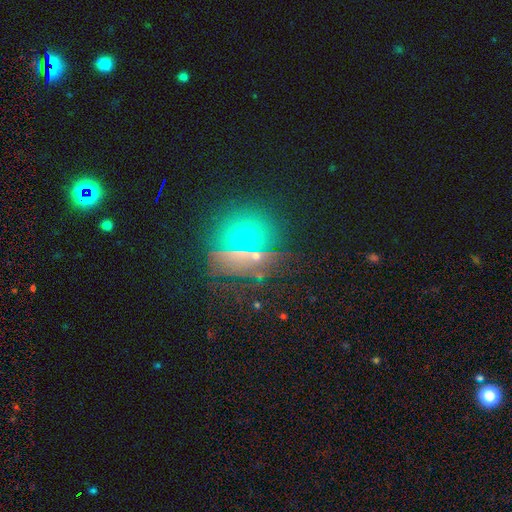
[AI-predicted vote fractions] smooth-or-featured: smooth: 44% | star or artifact: 39% | featured or disk: 16%
  merging: none: 69% | merger: 13% | minor disturbance: 12% | major disturbance: 6%